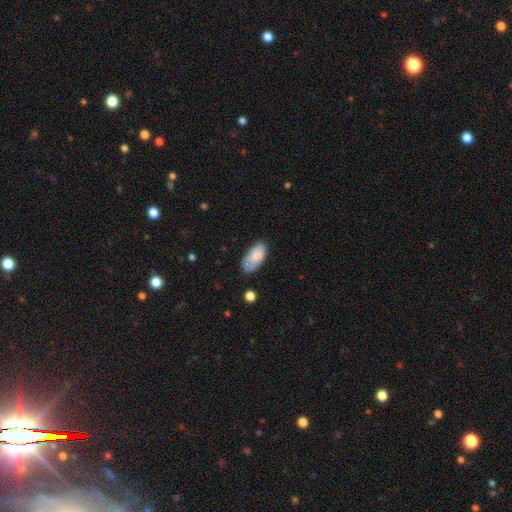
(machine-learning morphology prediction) Smooth or featured? smooth (78%)
How rounded? in between (93%)
Merging? none (61%)